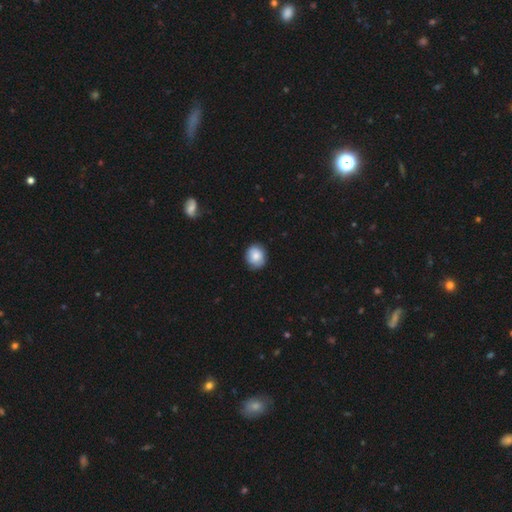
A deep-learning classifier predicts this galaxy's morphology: smooth_or_featured: smooth (p=0.82) [alt: featured or disk p=0.10]
how_rounded: round (p=0.76) [alt: in between p=0.23]
merging: none (p=0.82) [alt: minor disturbance p=0.15]